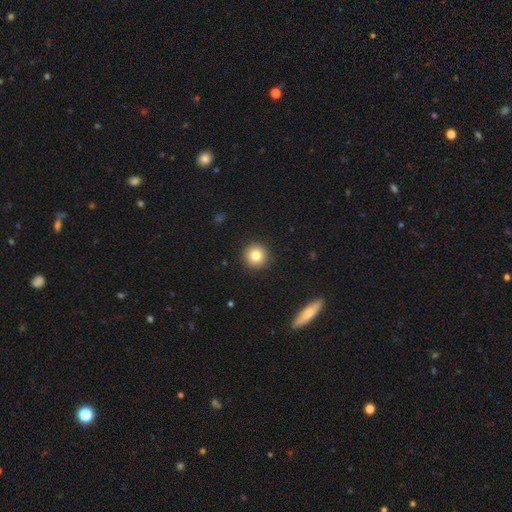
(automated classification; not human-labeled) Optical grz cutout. It shows a smooth galaxy with no disk features (81%) that is round (95%). Merging: none (92%).